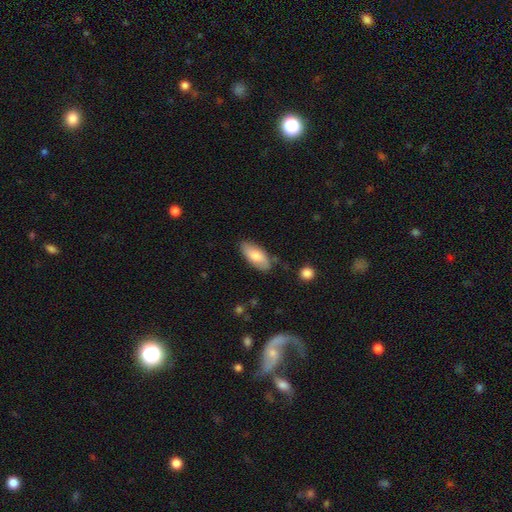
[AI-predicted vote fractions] Q: Smooth or featured?
A: smooth (74%); runner-up: featured or disk (20%)
Q: How rounded?
A: in between (88%); runner-up: cigar-shaped (10%)
Q: Merging?
A: none (76%); runner-up: minor disturbance (18%)